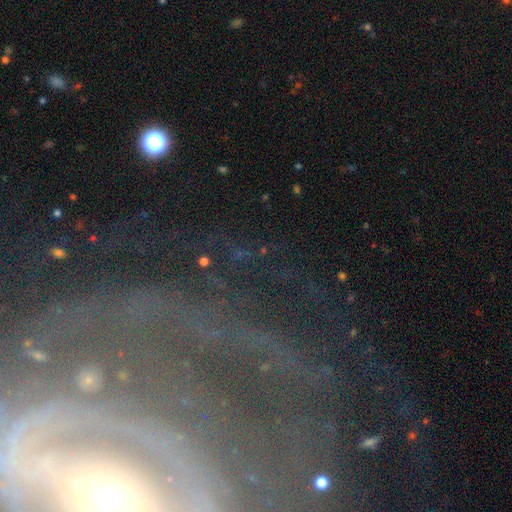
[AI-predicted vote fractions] A featured or disk galaxy (51%).

Vote fractions:
- Smooth or featured? featured or disk: 51% / star or artifact: 34% / smooth: 15%
- Edge-on disk? no: 87% / yes: 13%
- Merging? none: 76% / minor disturbance: 12% / major disturbance: 8% / merger: 4%